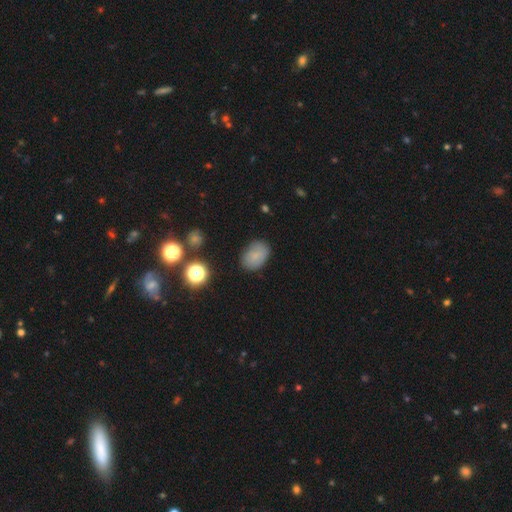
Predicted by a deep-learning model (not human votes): Smooth or featured? smooth (79%)
How rounded? in between (78%)
Merging? none (79%)